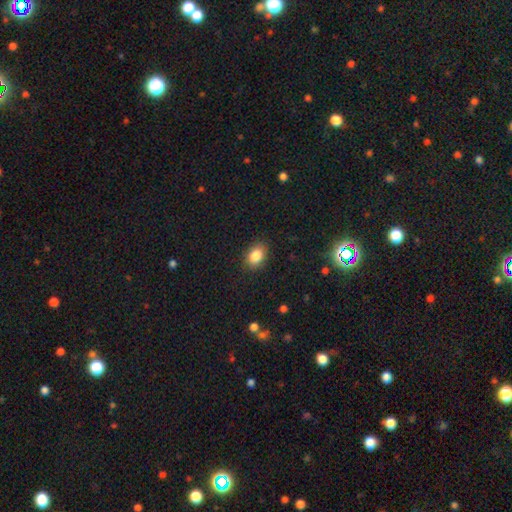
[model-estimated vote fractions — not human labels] Smooth or featured: smooth — 86% (star or artifact — 9%)
How rounded: in between — 76% (round — 23%)
Merging: none — 86% (minor disturbance — 10%)